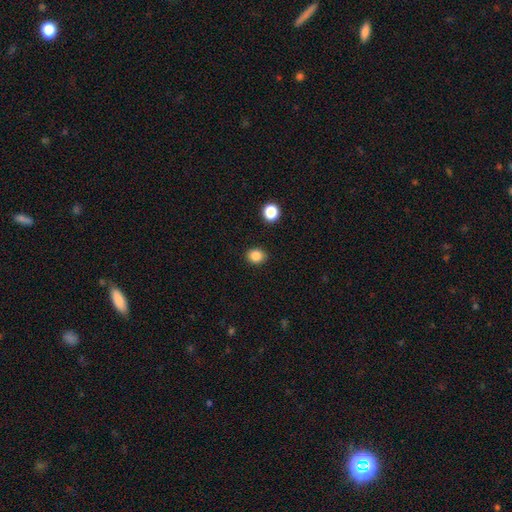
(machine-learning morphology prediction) This is clearly a smooth galaxy (85%). How rounded: likely round (66%). Merging: clearly none (88%).